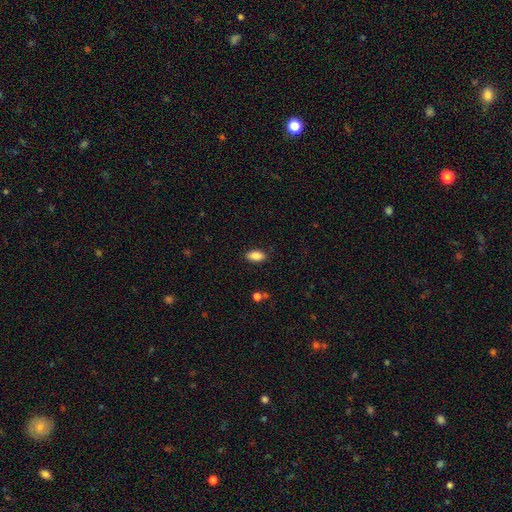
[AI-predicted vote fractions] Q: Smooth or featured?
A: smooth (88%); runner-up: star or artifact (8%)
Q: How rounded?
A: in between (92%); runner-up: cigar-shaped (5%)
Q: Merging?
A: none (87%); runner-up: minor disturbance (9%)